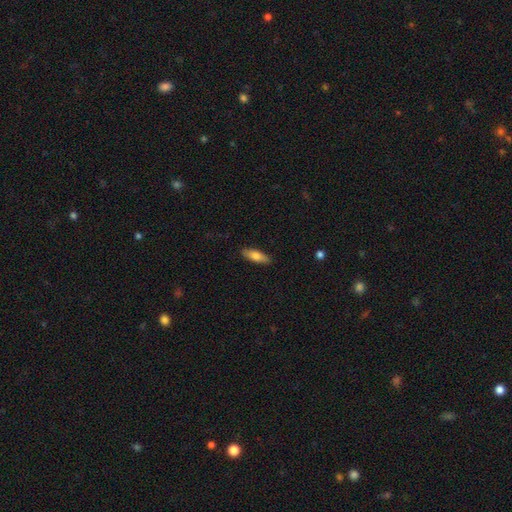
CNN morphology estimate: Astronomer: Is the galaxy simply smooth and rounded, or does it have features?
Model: smooth — 75%.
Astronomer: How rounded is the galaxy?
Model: in between — 58% (runner-up: cigar-shaped, 40%).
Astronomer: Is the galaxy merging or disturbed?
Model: none — 89%.